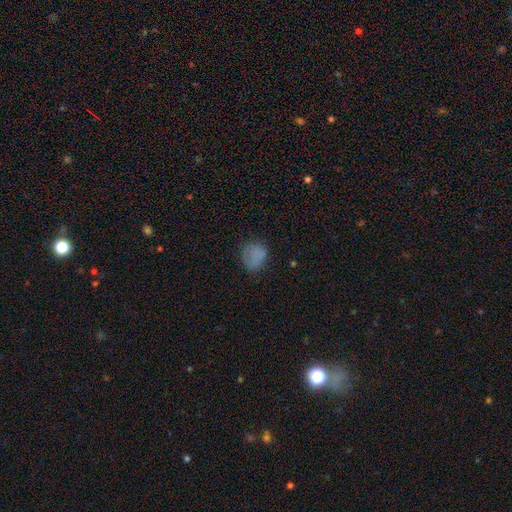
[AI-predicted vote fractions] A smooth galaxy with no disk features (76%) that is round (64%).

Vote fractions:
- Smooth or featured? smooth: 76% / star or artifact: 14% / featured or disk: 10%
- How rounded? round: 64% / in between: 35% / cigar-shaped: 1%
- Merging? none: 62% / minor disturbance: 24% / major disturbance: 12% / merger: 2%